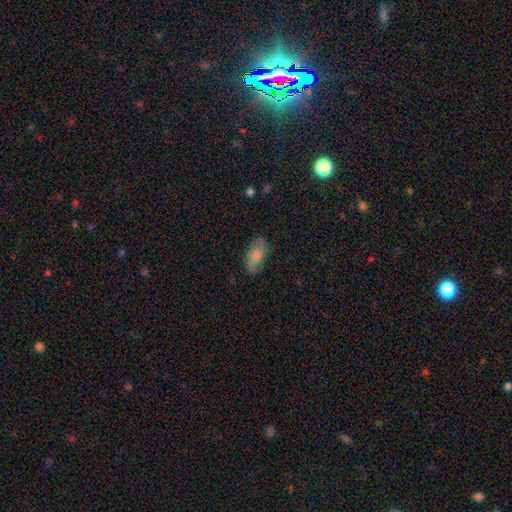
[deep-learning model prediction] The model was most divided on "smooth or featured": smooth: 63%, featured or disk: 29%, star or artifact: 8%. More confident: how rounded — in between (92%); merging — none (74%).